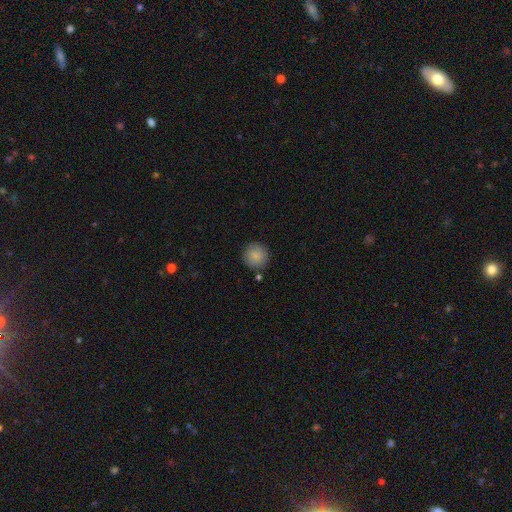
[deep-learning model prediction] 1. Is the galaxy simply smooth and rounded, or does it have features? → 87% smooth, 8% star or artifact, 5% featured or disk.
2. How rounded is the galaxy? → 95% round, 4% in between, 1% cigar-shaped.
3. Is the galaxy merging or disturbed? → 87% none, 7% minor disturbance, 3% merger, 2% major disturbance.